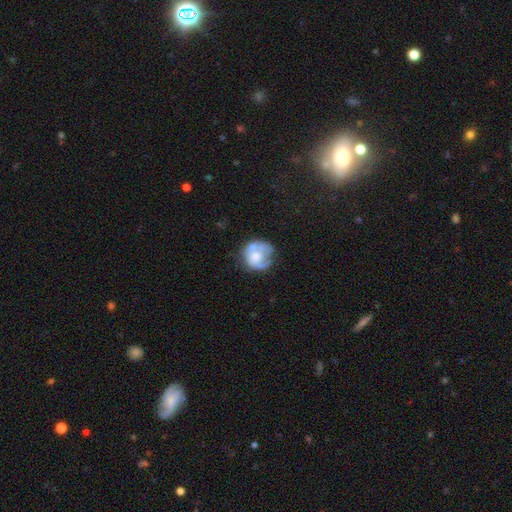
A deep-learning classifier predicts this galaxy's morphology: featured or disk 53%, smooth 40%, star or artifact 7%. Down the decision tree: edge-on disk — no (98%); bar — no (81%); spiral arms — yes (50%, tied with no); bulge size — moderate (48%); merging — none (43%).